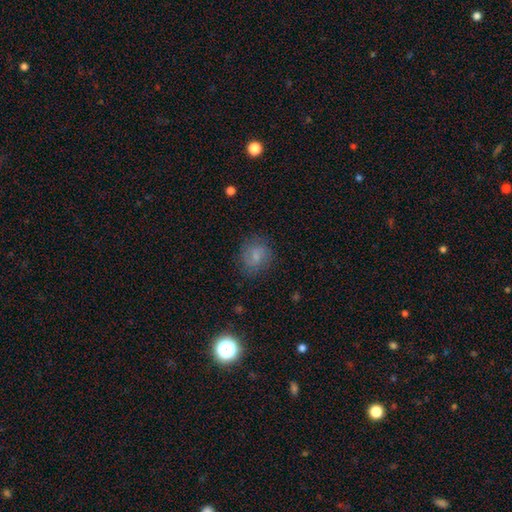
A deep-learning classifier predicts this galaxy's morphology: Smooth or featured: smooth — 64% (featured or disk — 25%)
How rounded: round — 73% (in between — 26%)
Merging: none — 77% (minor disturbance — 16%)